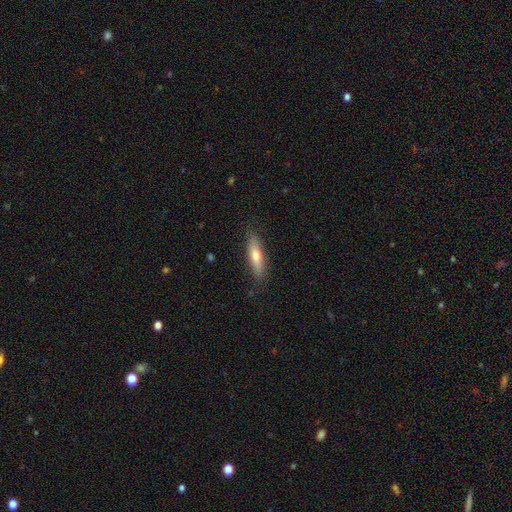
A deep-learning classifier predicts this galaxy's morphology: A smooth galaxy with no disk features (63%) that is cigar-shaped (68%).

Vote fractions:
- Smooth or featured? smooth: 63% / featured or disk: 31% / star or artifact: 6%
- How rounded? cigar-shaped: 68% / in between: 30% / round: 2%
- Merging? none: 82% / minor disturbance: 14% / major disturbance: 3% / merger: 1%